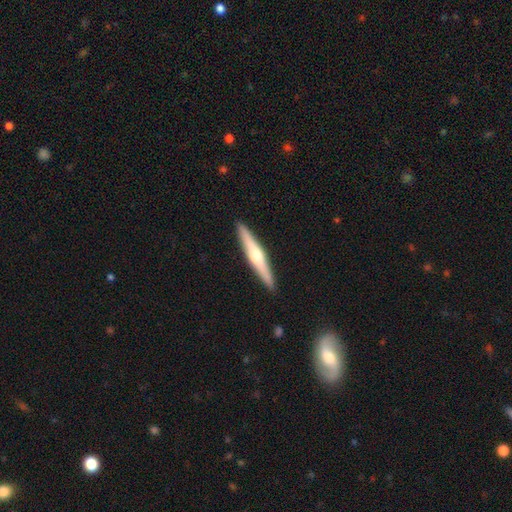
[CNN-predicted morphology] type=featured or disk (62%); edge-on=yes (97%); edge-on bulge=rounded (87%); merging=none (92%).